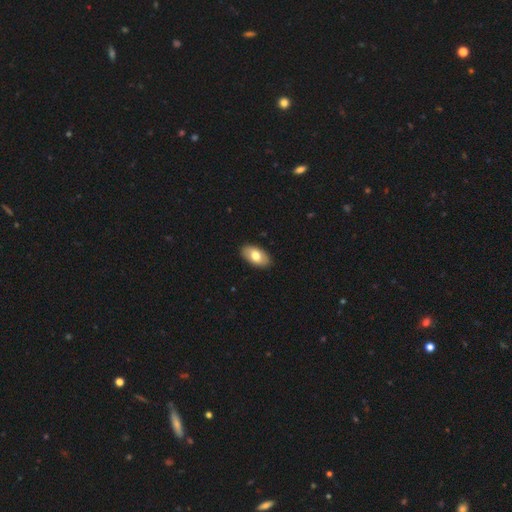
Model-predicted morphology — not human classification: Smooth or featured?
  - smooth: 74% *
  - featured or disk: 20%
  - star or artifact: 6%
How rounded?
  - in between: 95% *
  - round: 4%
  - cigar-shaped: 2%
Merging?
  - none: 90% *
  - minor disturbance: 7%
  - major disturbance: 2%
  - merger: 1%